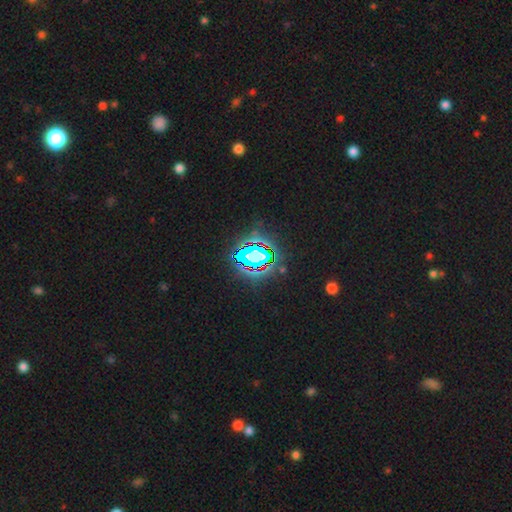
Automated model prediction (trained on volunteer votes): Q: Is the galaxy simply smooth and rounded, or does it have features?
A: star or artifact — 71%.